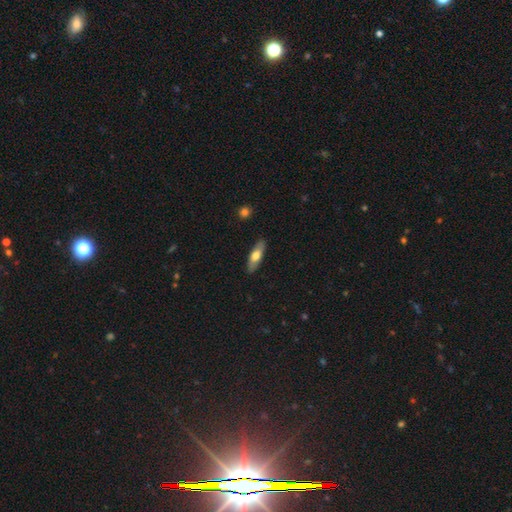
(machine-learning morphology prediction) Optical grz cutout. It shows a smooth galaxy with no disk features (61%) that is in between round and cigar-shaped (54%). Merging: none (87%).